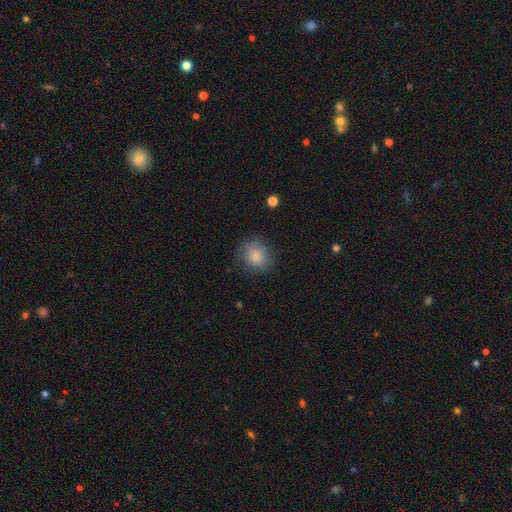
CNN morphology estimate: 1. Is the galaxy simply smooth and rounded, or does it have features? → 78% smooth, 13% featured or disk, 8% star or artifact.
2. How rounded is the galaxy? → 80% round, 19% in between, 1% cigar-shaped.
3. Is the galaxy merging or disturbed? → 73% none, 19% minor disturbance, 7% major disturbance, 1% merger.